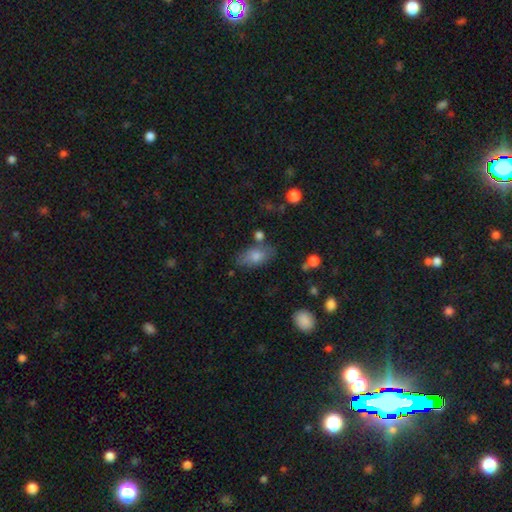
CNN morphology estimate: Q: Smooth or featured?
A: smooth (73%); runner-up: featured or disk (18%)
Q: How rounded?
A: in between (87%); runner-up: cigar-shaped (7%)
Q: Merging?
A: none (71%); runner-up: minor disturbance (18%)